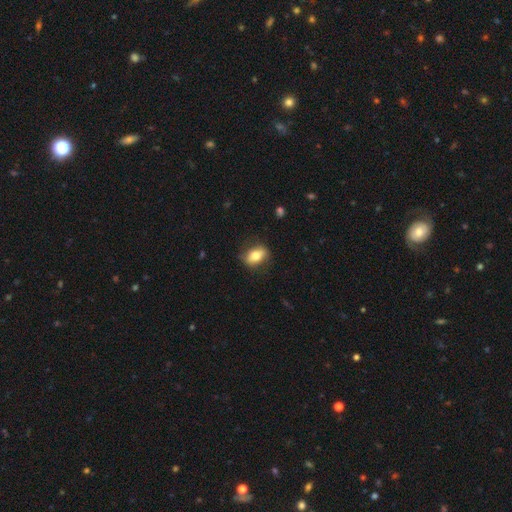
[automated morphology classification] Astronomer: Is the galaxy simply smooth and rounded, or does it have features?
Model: smooth — 72%.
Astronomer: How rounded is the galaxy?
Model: in between — 80%.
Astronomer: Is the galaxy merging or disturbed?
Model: none — 77%.